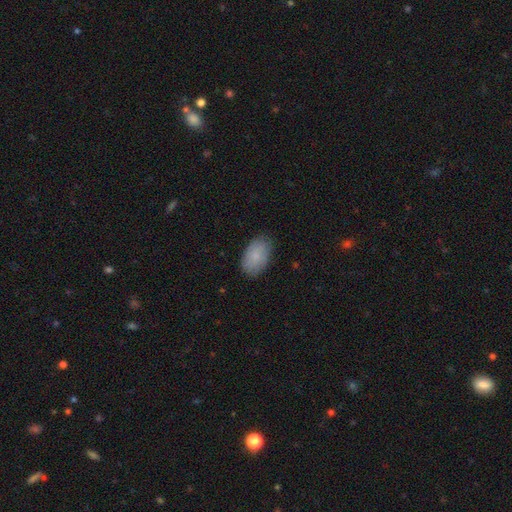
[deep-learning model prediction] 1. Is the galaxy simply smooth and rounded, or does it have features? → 81% smooth, 12% featured or disk, 6% star or artifact.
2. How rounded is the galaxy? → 92% in between, 6% round, 1% cigar-shaped.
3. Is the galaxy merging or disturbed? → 83% none, 14% minor disturbance, 3% major disturbance, 1% merger.